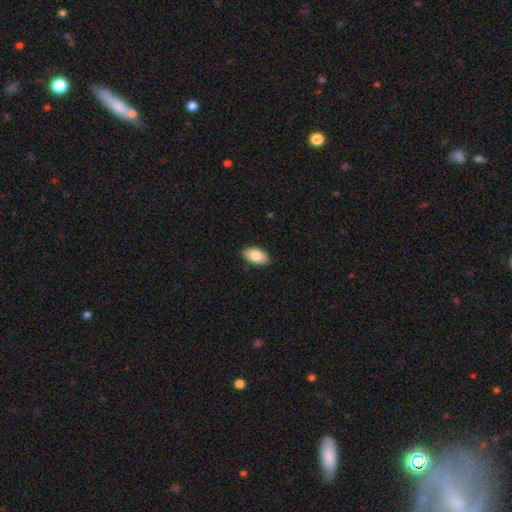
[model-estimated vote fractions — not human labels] Smooth or featured?
  - smooth: 84% *
  - featured or disk: 9%
  - star or artifact: 7%
How rounded?
  - in between: 95% *
  - round: 4%
  - cigar-shaped: 2%
Merging?
  - none: 88% *
  - minor disturbance: 9%
  - major disturbance: 2%
  - merger: 1%